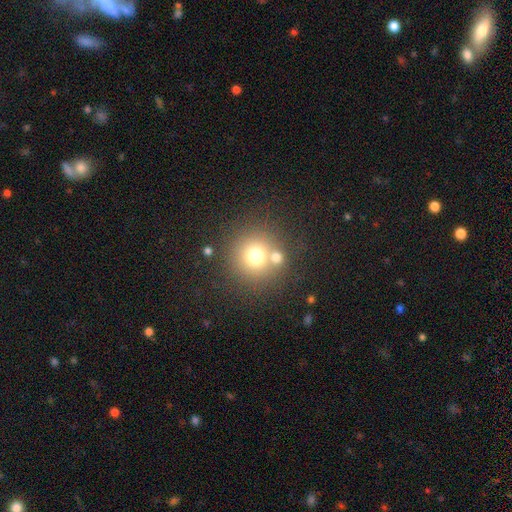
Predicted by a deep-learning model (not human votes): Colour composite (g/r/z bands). It shows a smooth galaxy with no disk features (71%) that is round (94%). Merging: none (68%).